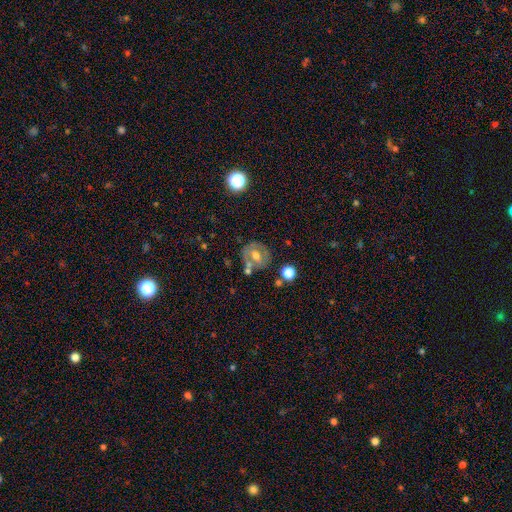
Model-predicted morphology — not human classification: Smooth or featured: featured or disk — 46% (smooth — 44%)
Merging: none — 64% (minor disturbance — 17%)